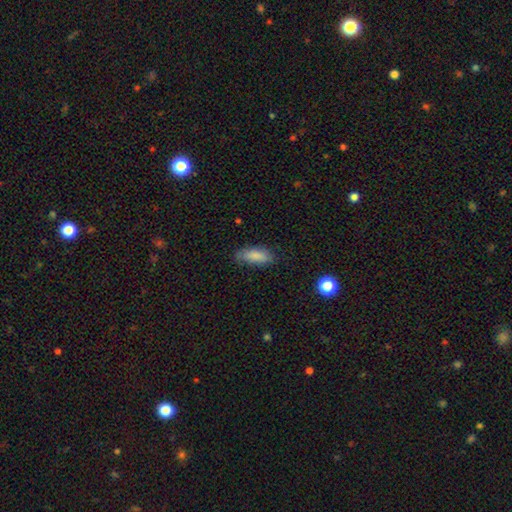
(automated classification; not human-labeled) smooth-or-featured: smooth: 85% | featured or disk: 8% | star or artifact: 7%
  how-rounded: in between: 72% | cigar-shaped: 26% | round: 2%
  merging: none: 74% | minor disturbance: 20% | major disturbance: 4% | merger: 2%